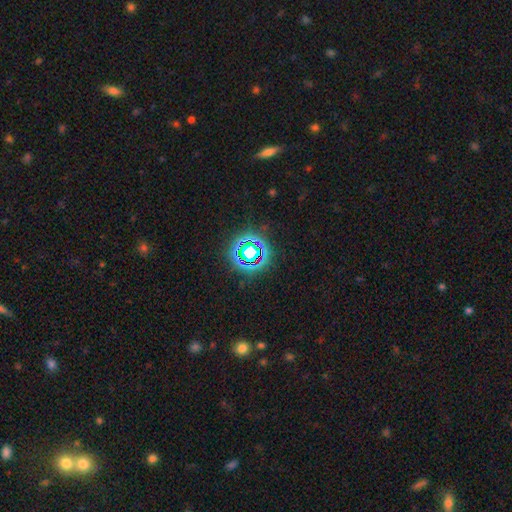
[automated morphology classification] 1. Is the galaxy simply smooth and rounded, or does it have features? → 72% star or artifact, 18% smooth, 10% featured or disk.